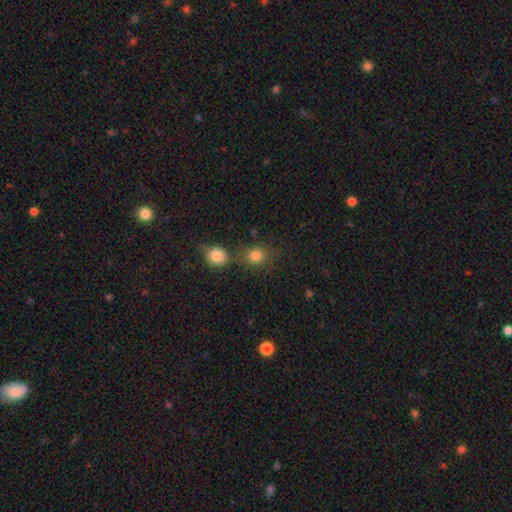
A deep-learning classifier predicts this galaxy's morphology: A smooth galaxy with no disk features (82%) that is round (72%).

Vote fractions:
- Smooth or featured? smooth: 82% / star or artifact: 12% / featured or disk: 6%
- How rounded? round: 72% / in between: 27% / cigar-shaped: 1%
- Merging? none: 62% / merger: 23% / minor disturbance: 11% / major disturbance: 5%